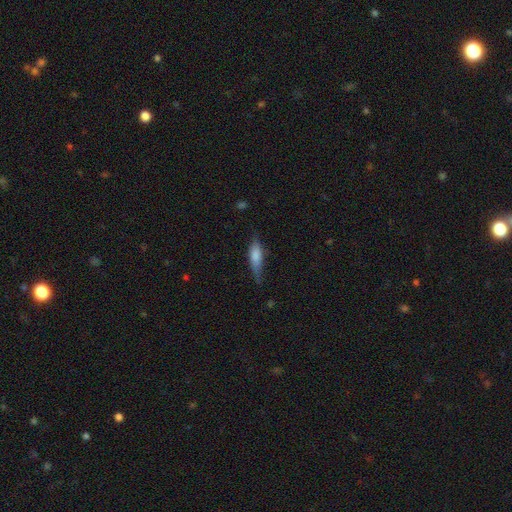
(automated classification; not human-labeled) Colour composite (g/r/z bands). It shows a smooth galaxy with no disk features (69%) that is cigar-shaped (52%). Merging: none (59%).